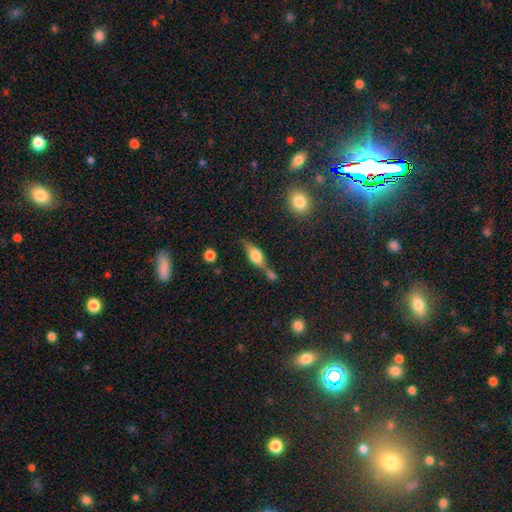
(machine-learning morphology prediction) Smooth or featured: featured or disk — 53% (smooth — 38%)
Edge-on disk: yes — 85% (no — 15%)
Merging: none — 50% (merger — 25%)